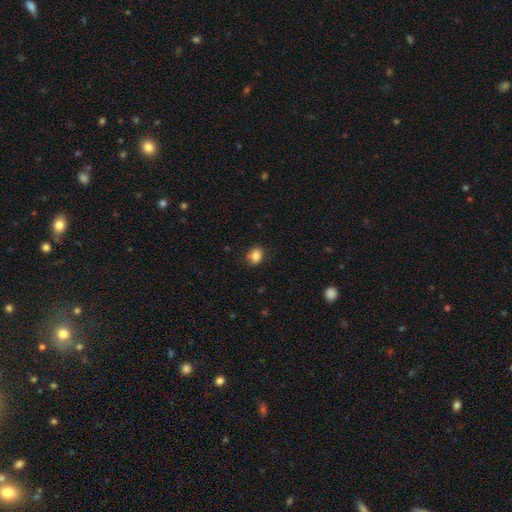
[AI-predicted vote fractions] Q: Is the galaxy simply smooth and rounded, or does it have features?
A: smooth — 84%.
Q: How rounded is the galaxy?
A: in between — 50%.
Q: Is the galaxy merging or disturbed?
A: none — 78%.